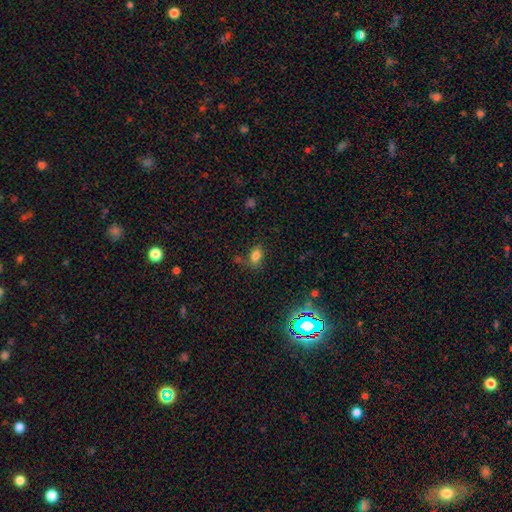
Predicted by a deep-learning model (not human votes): This appears to be a smooth galaxy with no disk features (78%) that is in between round and cigar-shaped (81%). Merging: none (70%).